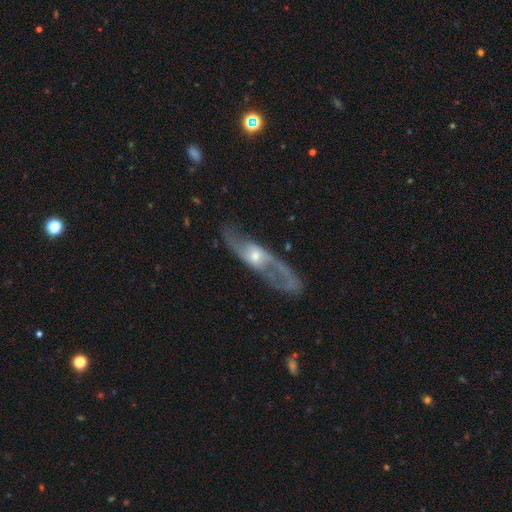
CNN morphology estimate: Smooth or featured? Predicted: featured or disk (p=0.85). Edge-on disk? Predicted: no (p=0.82). Bar? Predicted: no (p=0.55). Spiral arms? Predicted: yes (p=0.91). Spiral winding? Predicted: loose (p=0.52). Spiral arm count? Predicted: 2 (p=0.87). Bulge size? Predicted: moderate (p=0.48). Merging? Predicted: none (p=0.72).